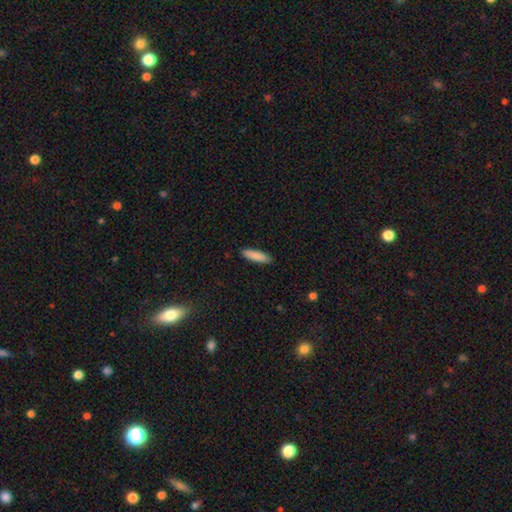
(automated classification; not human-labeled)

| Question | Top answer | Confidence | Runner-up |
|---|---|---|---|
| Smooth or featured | smooth | 87% | featured or disk (7%) |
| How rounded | cigar-shaped | 74% | in between (25%) |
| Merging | none | 90% | minor disturbance (7%) |